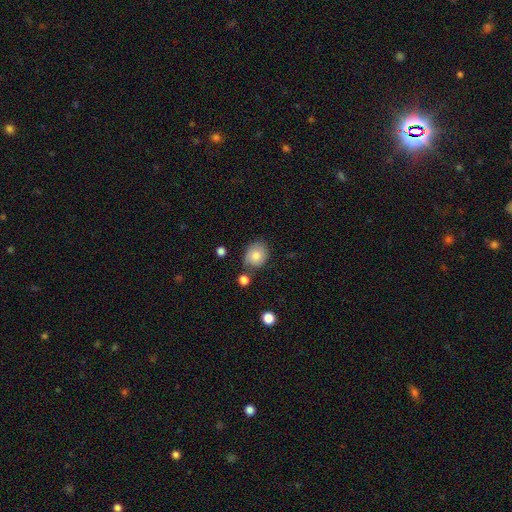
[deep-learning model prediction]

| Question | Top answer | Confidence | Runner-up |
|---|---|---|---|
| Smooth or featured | smooth | 81% | featured or disk (11%) |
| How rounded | round | 64% | in between (35%) |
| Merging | none | 67% | minor disturbance (21%) |